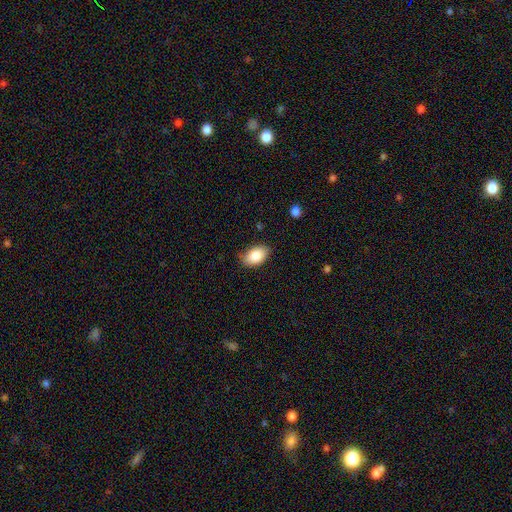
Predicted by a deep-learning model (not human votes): Overall: smooth (87%). How rounded: in between (92%). Merging: none (83%).